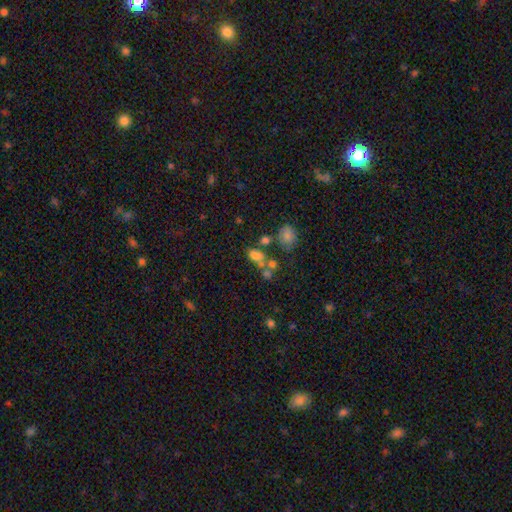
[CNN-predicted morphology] Q: Smooth or featured?
A: smooth (68%); runner-up: featured or disk (16%)
Q: How rounded?
A: in between (71%); runner-up: round (27%)
Q: Merging?
A: merger (40%); runner-up: none (37%)